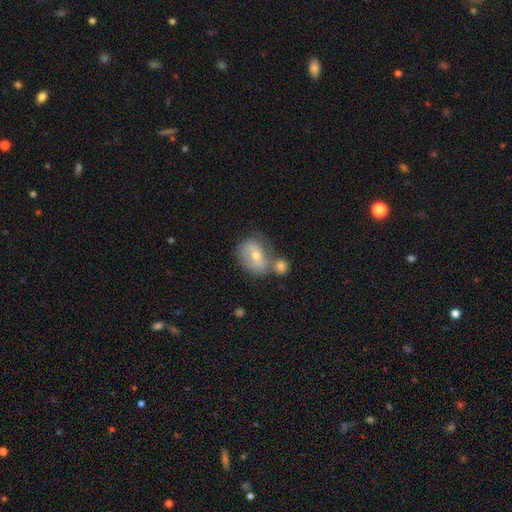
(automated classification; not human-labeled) smooth-or-featured: featured or disk: 46% (tied) | smooth: 46% (tied) | star or artifact: 8%
  merging: none: 39% | merger: 37% | minor disturbance: 17% | major disturbance: 7%